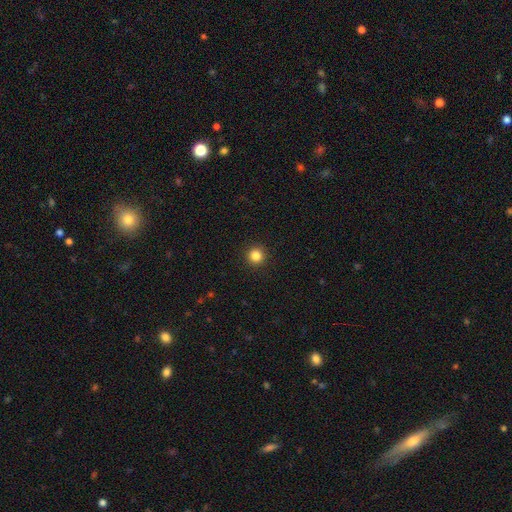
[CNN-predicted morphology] Overall: smooth (84%). How rounded: round (96%). Merging: none (93%).